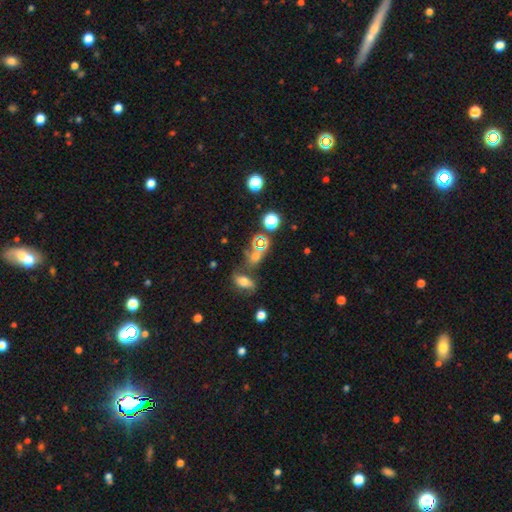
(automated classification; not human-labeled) smooth_or_featured: smooth (p=0.48) [alt: star or artifact p=0.37]
merging: none (p=0.50) [alt: merger p=0.26]